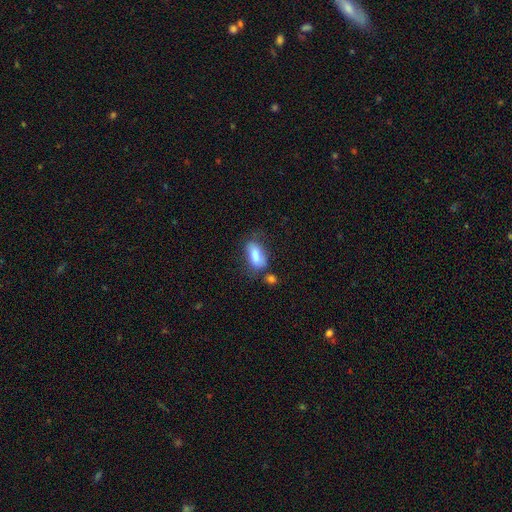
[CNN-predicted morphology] smooth-or-featured: smooth: 79% | featured or disk: 14% | star or artifact: 7%
  how-rounded: in between: 86% | cigar-shaped: 9% | round: 4%
  merging: none: 51% | minor disturbance: 25% | merger: 13% | major disturbance: 11%